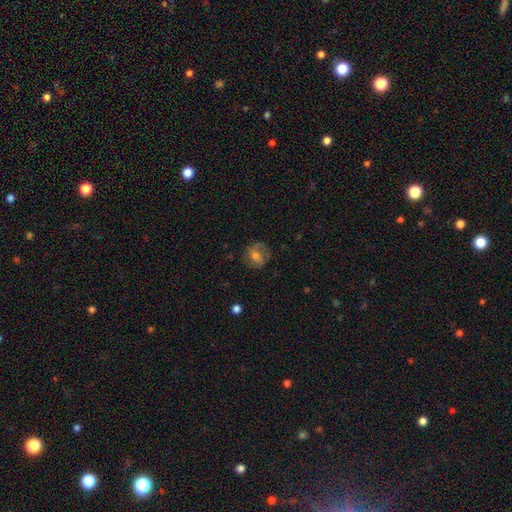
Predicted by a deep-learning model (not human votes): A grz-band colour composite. It shows a smooth galaxy with no disk features (57%) that is round (74%). Merging: none (70%).